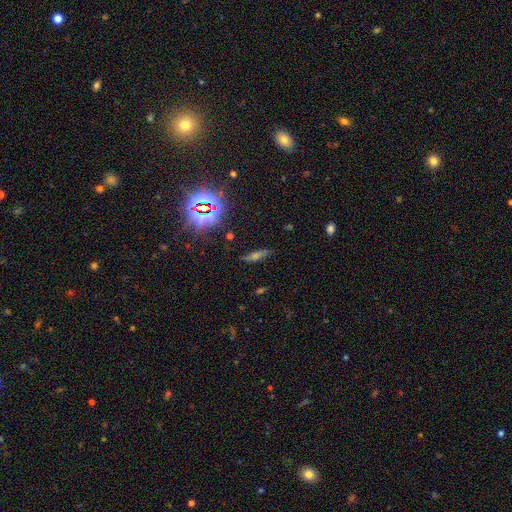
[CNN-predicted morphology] Smooth or featured? star or artifact (39%)